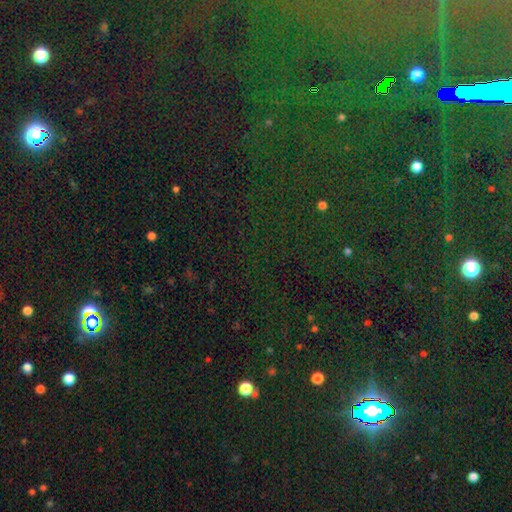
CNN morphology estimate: star or artifact 84%, smooth 9%, featured or disk 7%.